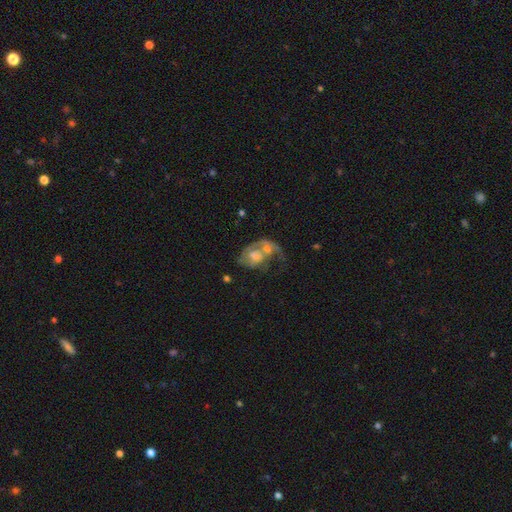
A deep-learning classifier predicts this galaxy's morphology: The model was most divided on "bulge size": moderate: 46%, small: 26%, large: 14%, none: 12%, dominant: 3%. More confident: edge-on disk — no (97%); bar — no (71%); spiral arms — yes (68%); smooth or featured — featured or disk (65%); merging — merger (51%).